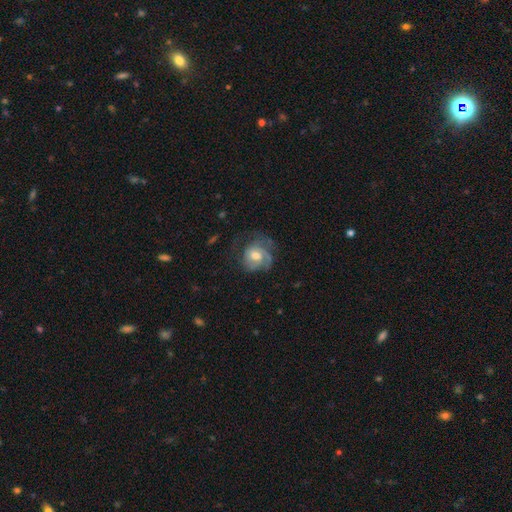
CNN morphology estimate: Smooth or featured?
  - featured or disk: 66% *
  - smooth: 27%
  - star or artifact: 7%
Edge-on disk?
  - no: 97% *
  - yes: 3%
Bar?
  - no: 63% *
  - weak: 32%
  - strong: 5%
Spiral arms?
  - yes: 85% *
  - no: 15%
Spiral winding?
  - tight: 48% *
  - medium: 36%
  - loose: 16%
Spiral arm count?
  - 2: 30% *
  - can't tell: 28%
  - 1: 21%
  - 3: 14%
  - 4: 3%
  - more than 4: 3%
Bulge size?
  - moderate: 67% *
  - small: 15%
  - large: 15%
  - none: 2%
  - dominant: 1%
Merging?
  - none: 53% *
  - minor disturbance: 23%
  - major disturbance: 22%
  - merger: 2%